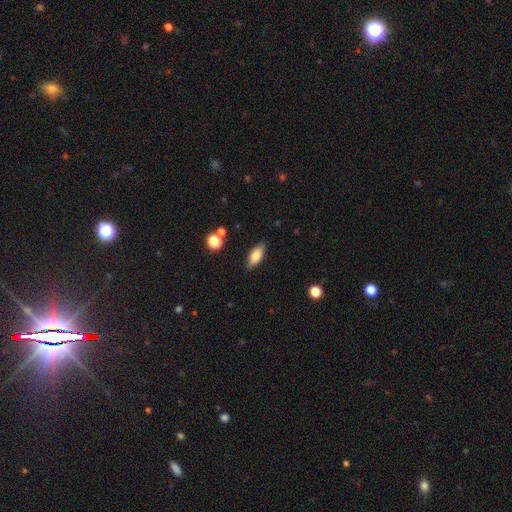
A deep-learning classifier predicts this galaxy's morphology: This appears to be a smooth galaxy with no disk features (81%) that is in between round and cigar-shaped (82%). Merging: none (86%).